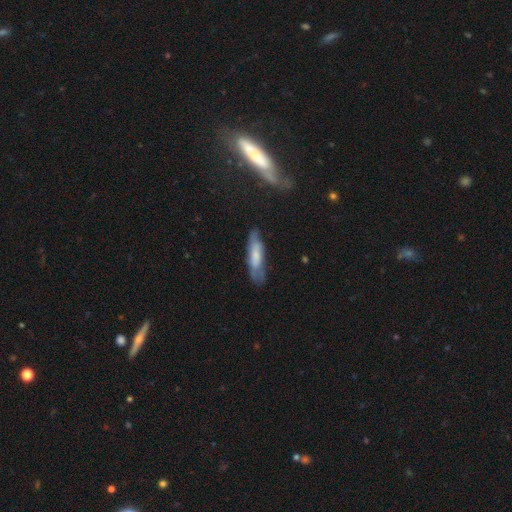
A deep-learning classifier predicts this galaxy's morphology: Smooth or featured: smooth — 51% (featured or disk — 42%)
How rounded: cigar-shaped — 62% (in between — 36%)
Merging: none — 67% (minor disturbance — 23%)